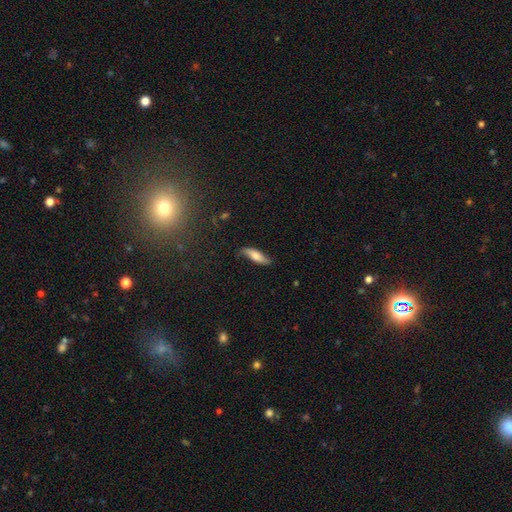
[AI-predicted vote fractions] This appears to be a smooth galaxy with no disk features (61%) that is cigar-shaped (55%). Merging: none (73%).